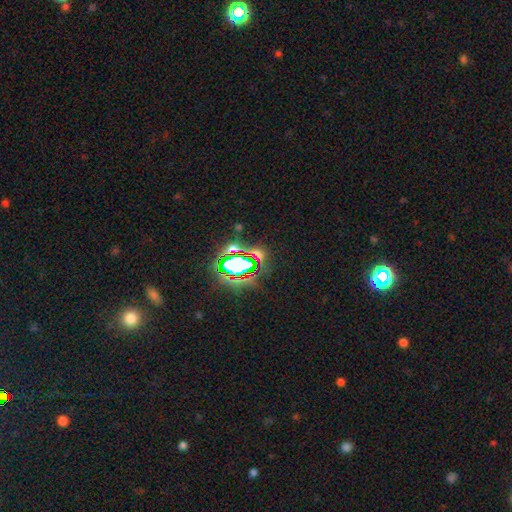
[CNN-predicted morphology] Smooth or featured?
  - star or artifact: 69% *
  - smooth: 20%
  - featured or disk: 11%